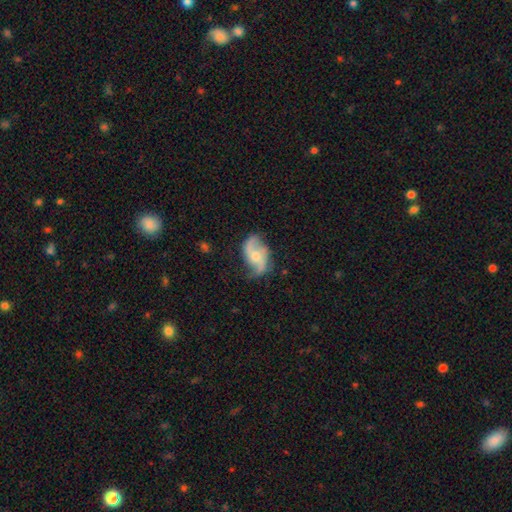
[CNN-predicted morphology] Smooth or featured? featured or disk (81%)
Edge-on disk? no (97%)
Bar? no (55%)
Spiral arms? yes (95%)
Spiral winding? loose (65%)
Spiral arm count? 2 (91%)
Bulge size? moderate (55%)
Merging? none (68%)